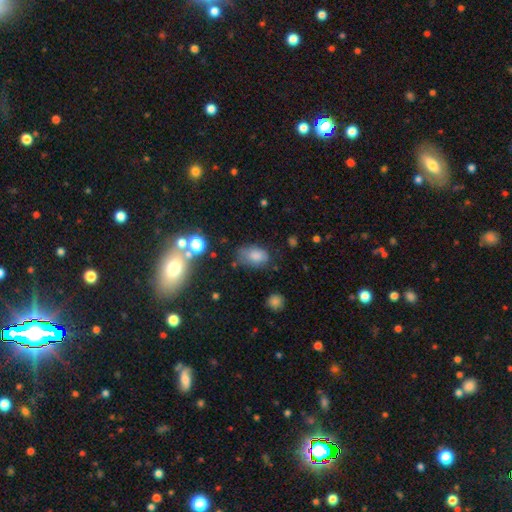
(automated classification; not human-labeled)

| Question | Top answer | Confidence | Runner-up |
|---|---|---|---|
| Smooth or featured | smooth | 77% | star or artifact (12%) |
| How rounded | in between | 86% | round (13%) |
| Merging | none | 52% | minor disturbance (30%) |